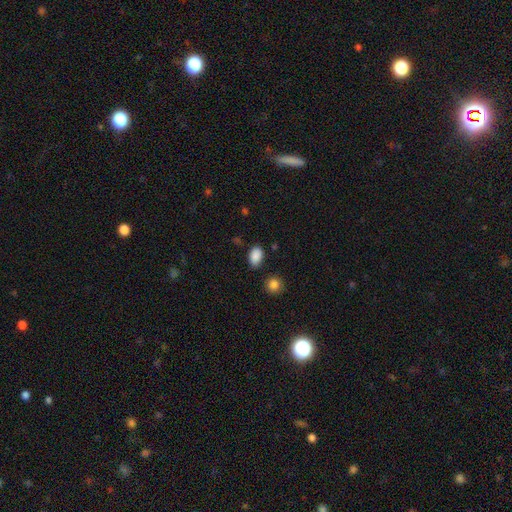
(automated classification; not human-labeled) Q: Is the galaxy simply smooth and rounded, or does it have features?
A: smooth — 88%.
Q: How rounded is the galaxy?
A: in between — 85%.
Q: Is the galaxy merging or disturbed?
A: none — 79%.